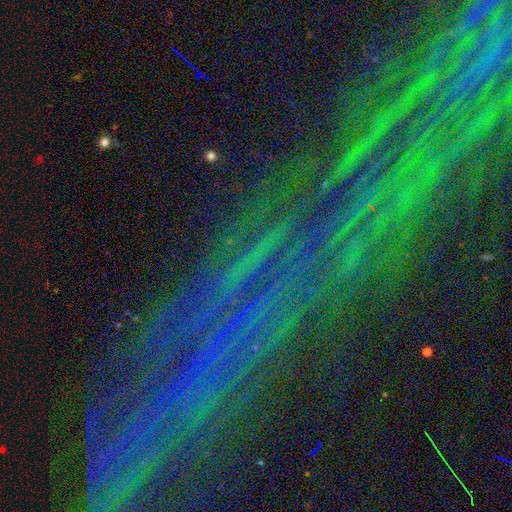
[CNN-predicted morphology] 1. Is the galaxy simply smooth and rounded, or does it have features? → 82% star or artifact, 10% featured or disk, 8% smooth.